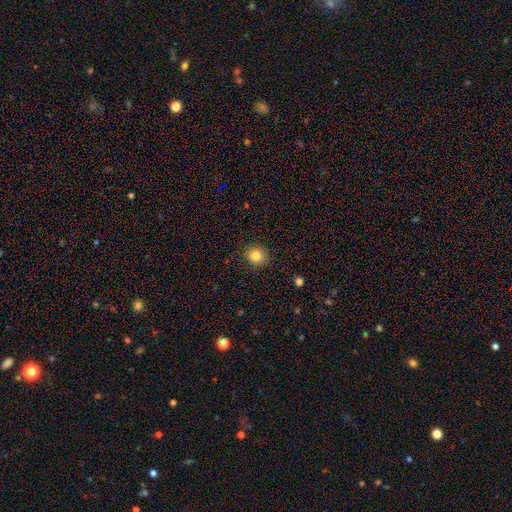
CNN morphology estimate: This is clearly a smooth galaxy (84%). How rounded: clearly round (86%). Merging: clearly none (89%).